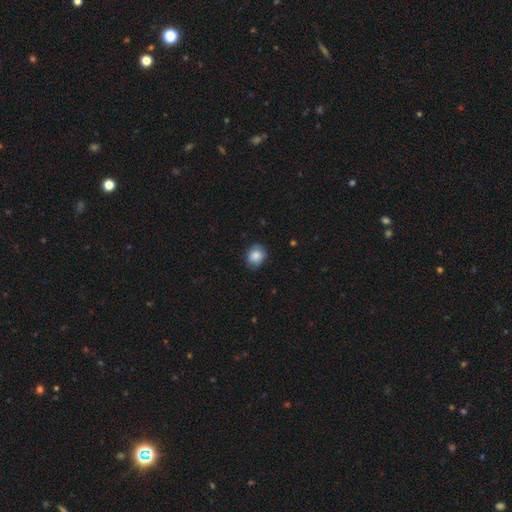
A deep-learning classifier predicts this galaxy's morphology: smooth 81%, featured or disk 11%, star or artifact 8%. Down the decision tree: how rounded — round (53%); merging — none (74%).